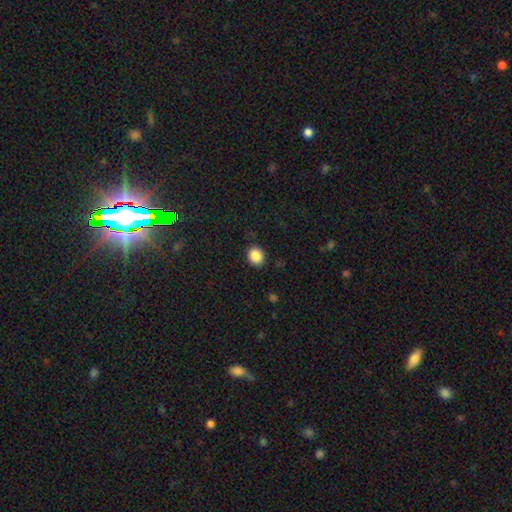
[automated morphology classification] type=smooth (88%); roundness=round (73%); merging=none (89%).